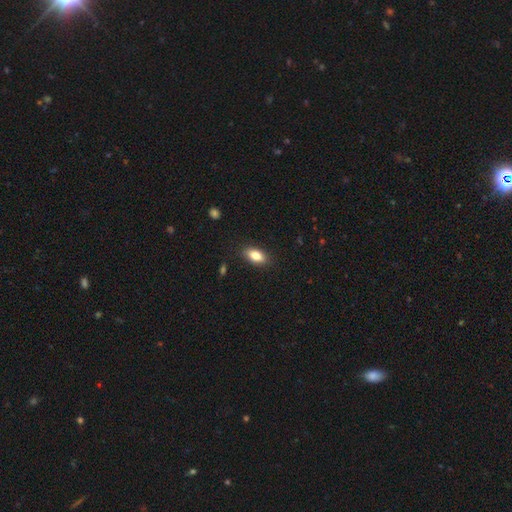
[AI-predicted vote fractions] This is clearly a smooth galaxy (82%). How rounded: clearly in between (88%). Merging: clearly none (87%).